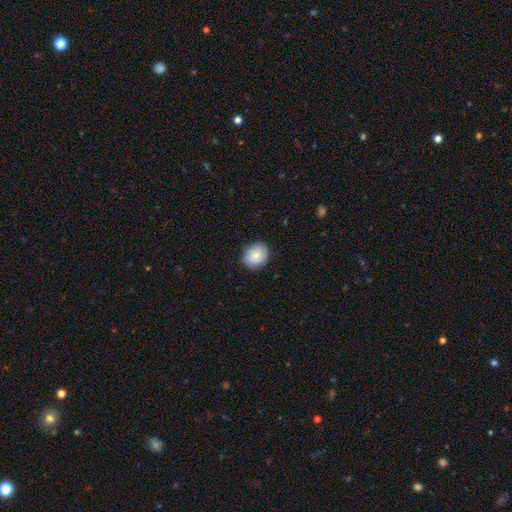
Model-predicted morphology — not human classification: A smooth galaxy with no disk features (83%) that is round (74%). Merging: none (85%).